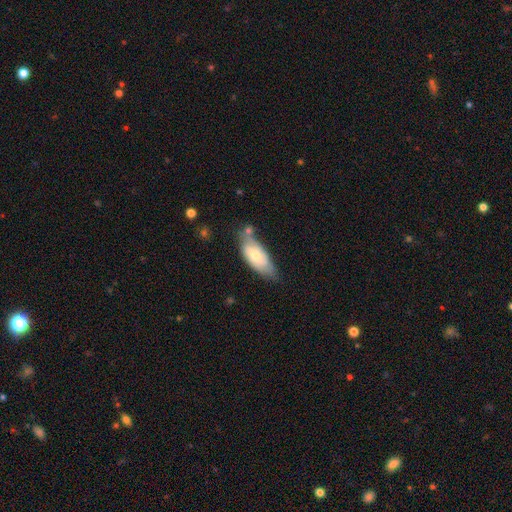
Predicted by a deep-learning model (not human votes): The model was most divided on "smooth or featured": smooth: 51%, featured or disk: 43%, star or artifact: 6%. Remaining: how rounded — in between (79%); merging — none (48%).